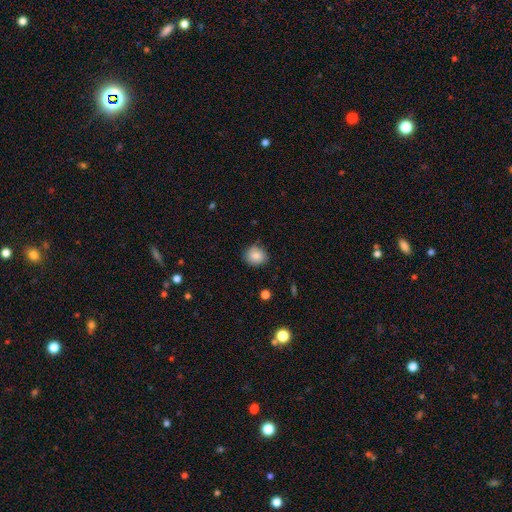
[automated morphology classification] Smooth or featured? smooth (84%)
How rounded? round (81%)
Merging? none (79%)